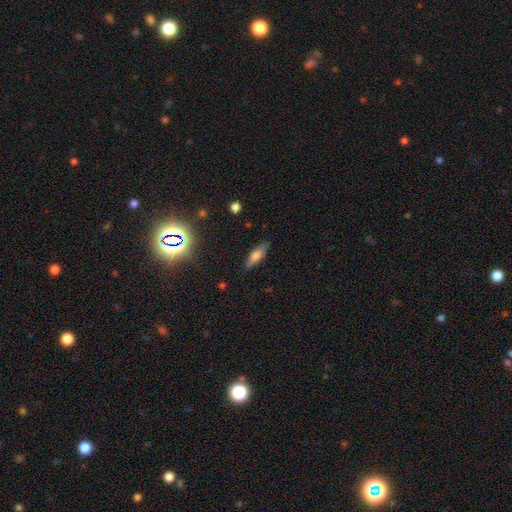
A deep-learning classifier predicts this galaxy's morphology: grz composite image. It shows a smooth galaxy with no disk features (64%) that is in between round and cigar-shaped (53%). Merging: none (85%).